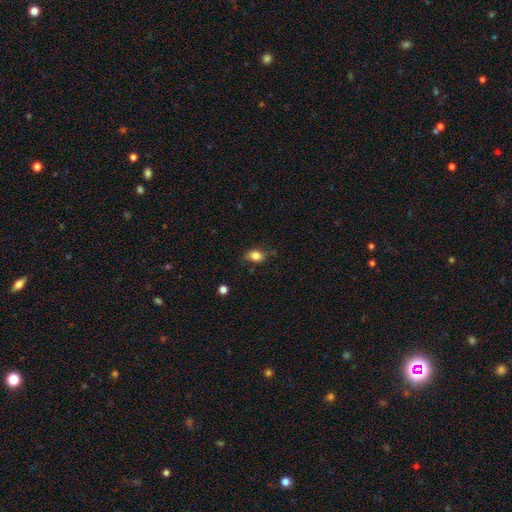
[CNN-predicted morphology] Q: Smooth or featured?
A: smooth (83%); runner-up: star or artifact (10%)
Q: How rounded?
A: in between (71%); runner-up: round (28%)
Q: Merging?
A: none (72%); runner-up: minor disturbance (21%)